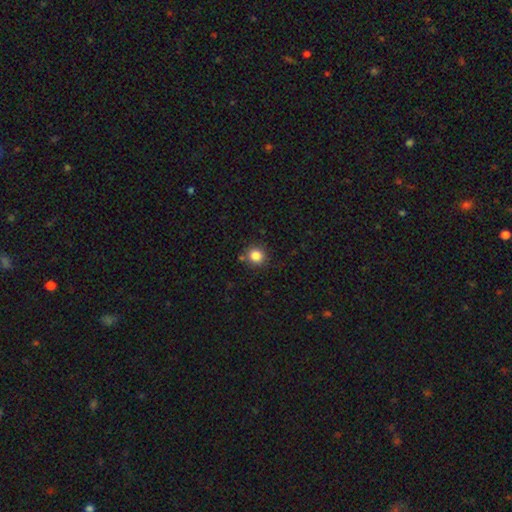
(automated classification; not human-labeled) Smooth or featured?
  - smooth: 84% *
  - star or artifact: 11%
  - featured or disk: 5%
How rounded?
  - round: 89% *
  - in between: 10%
  - cigar-shaped: 1%
Merging?
  - none: 82% *
  - minor disturbance: 10%
  - merger: 5%
  - major disturbance: 3%